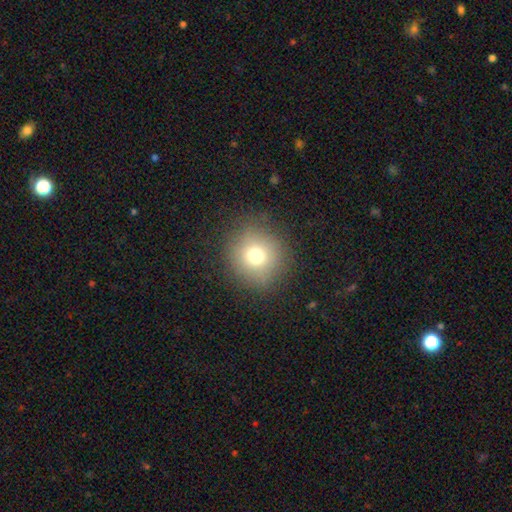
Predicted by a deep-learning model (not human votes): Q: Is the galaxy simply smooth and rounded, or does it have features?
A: smooth — 73%.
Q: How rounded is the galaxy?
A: round — 93%.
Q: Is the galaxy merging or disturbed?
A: none — 87%.